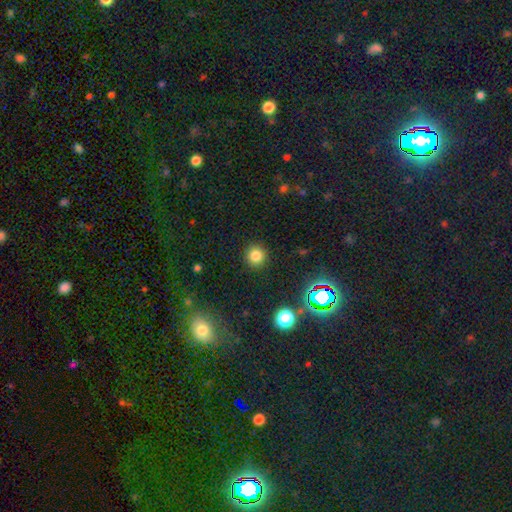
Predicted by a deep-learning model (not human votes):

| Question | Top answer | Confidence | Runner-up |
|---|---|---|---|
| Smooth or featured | smooth | 80% | star or artifact (15%) |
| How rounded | round | 93% | in between (6%) |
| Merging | none | 91% | minor disturbance (6%) |